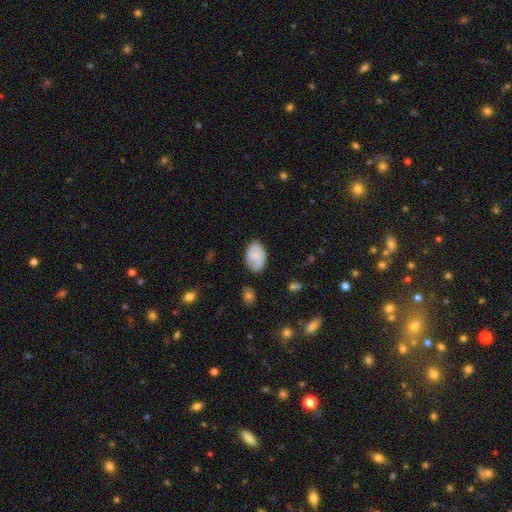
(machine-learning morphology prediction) smooth_or_featured: smooth (p=0.76) [alt: featured or disk p=0.16]
how_rounded: in between (p=0.90) [alt: round p=0.09]
merging: none (p=0.73) [alt: minor disturbance p=0.20]